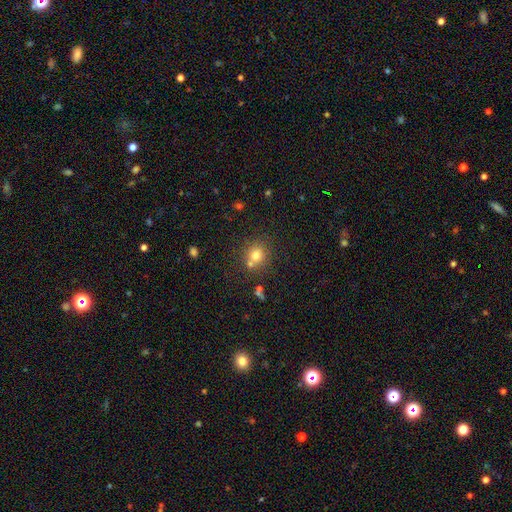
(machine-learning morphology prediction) Smooth or featured: smooth — 74% (star or artifact — 15%)
How rounded: round — 83% (in between — 16%)
Merging: none — 64% (merger — 22%)